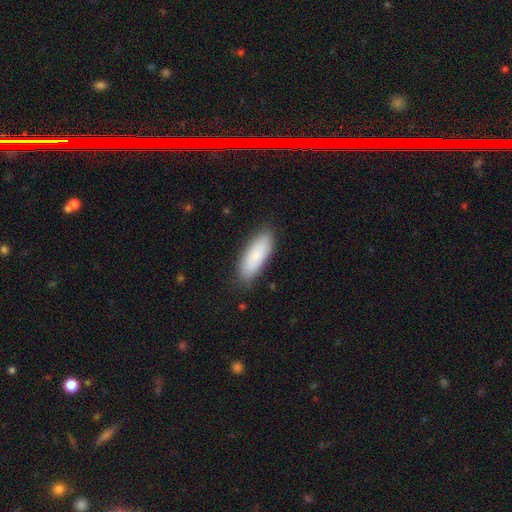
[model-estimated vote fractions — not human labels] A smooth galaxy with no disk features (82%) that is in between round and cigar-shaped (73%).

Vote fractions:
- Smooth or featured? smooth: 82% / featured or disk: 12% / star or artifact: 6%
- How rounded? in between: 73% / cigar-shaped: 25% / round: 2%
- Merging? none: 84% / minor disturbance: 12% / major disturbance: 2% / merger: 1%